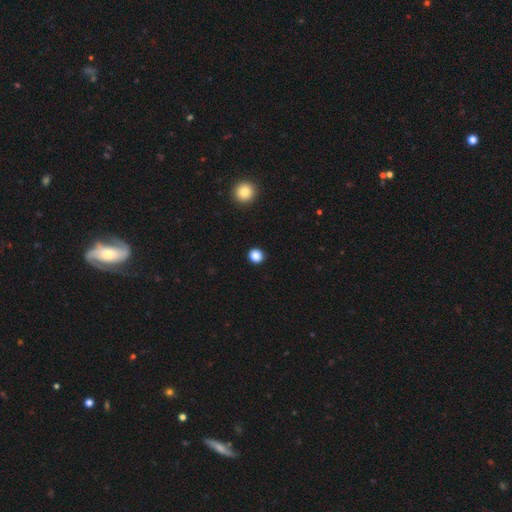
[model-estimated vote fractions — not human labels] Smooth or featured? smooth (86%)
How rounded? round (89%)
Merging? none (93%)